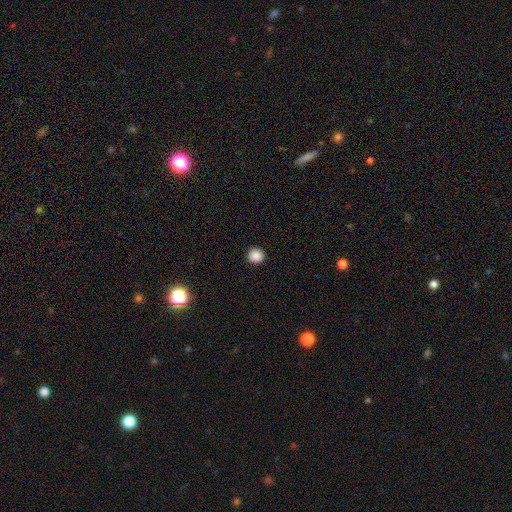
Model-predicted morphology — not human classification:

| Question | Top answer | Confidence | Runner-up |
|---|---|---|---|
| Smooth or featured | smooth | 87% | star or artifact (10%) |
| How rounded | round | 93% | in between (6%) |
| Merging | none | 93% | minor disturbance (4%) |